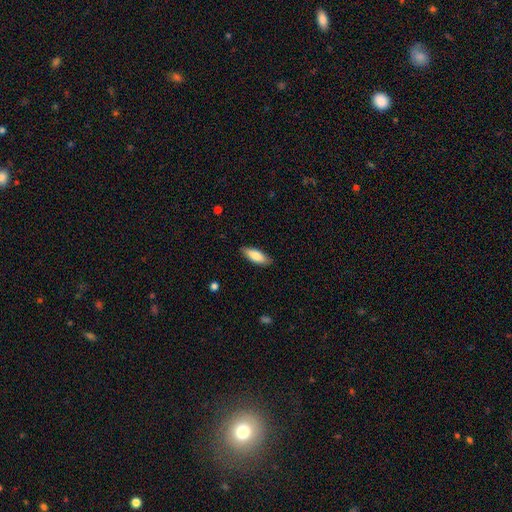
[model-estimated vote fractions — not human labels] smooth_or_featured: smooth (p=0.82) [alt: featured or disk p=0.13]
how_rounded: in between (p=0.68) [alt: cigar-shaped p=0.30]
merging: none (p=0.86) [alt: minor disturbance p=0.11]